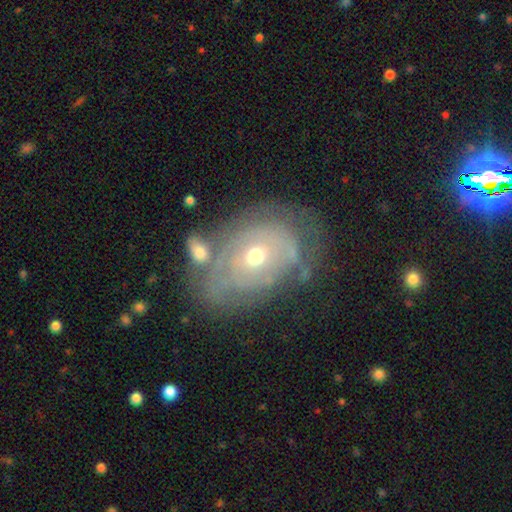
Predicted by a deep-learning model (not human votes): Overall: featured or disk (67%). Edge-on disk: no (94%). Bar: no (82%). Spiral arms: yes (57%; no 43%). Bulge size: moderate (48%, tied with small). Merging: none (46%; minor disturbance 22%).